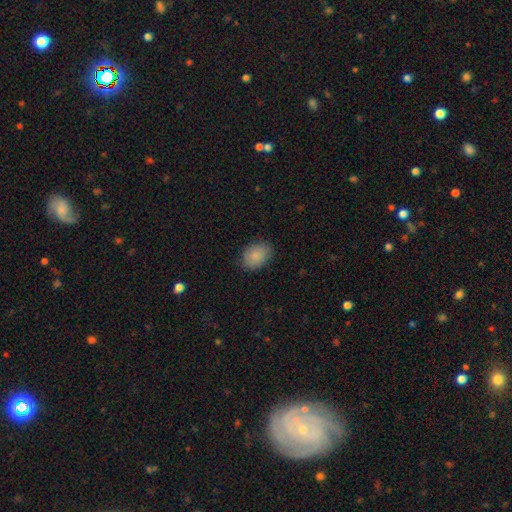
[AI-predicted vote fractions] Smooth or featured: smooth — 87% (star or artifact — 8%)
How rounded: in between — 75% (round — 24%)
Merging: none — 84% (minor disturbance — 13%)